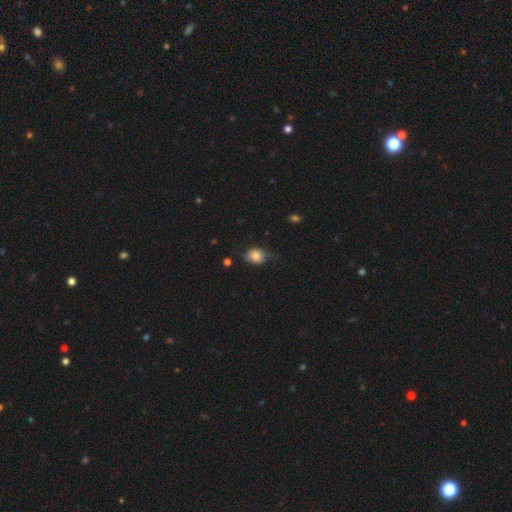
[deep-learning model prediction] Smooth or featured? Predicted: smooth (p=0.79). How rounded? Predicted: in between (p=0.58). Merging? Predicted: none (p=0.61).